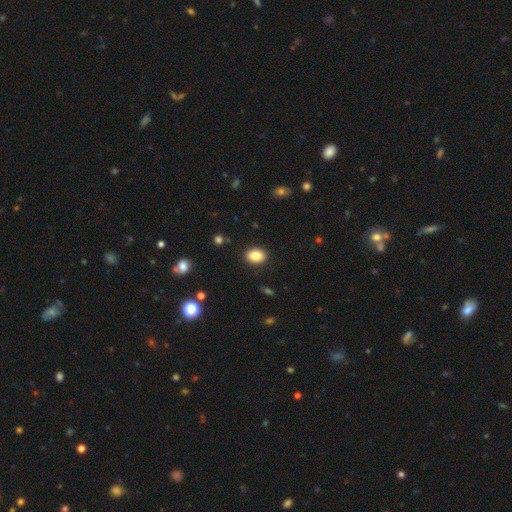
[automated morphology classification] smooth 85%, star or artifact 9%, featured or disk 6%. Down the decision tree: how rounded — in between (70%); merging — none (90%).